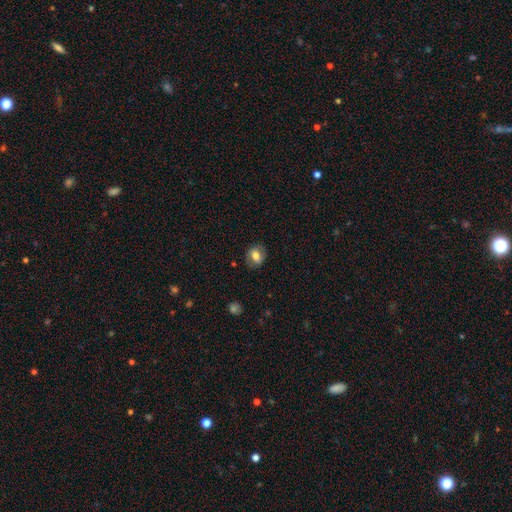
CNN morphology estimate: This appears to be a smooth galaxy with no disk features (64%) that is round (50%). Merging: none (81%).